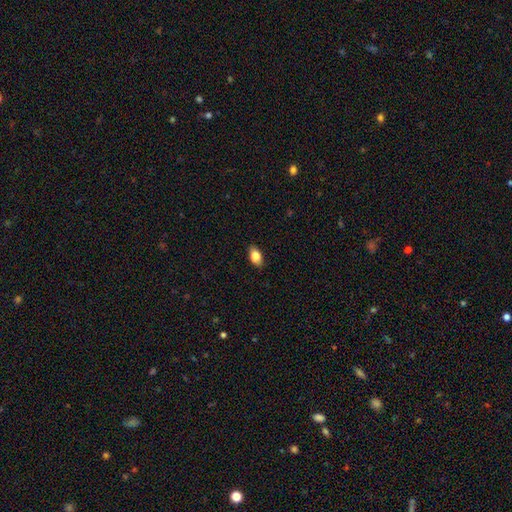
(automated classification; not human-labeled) smooth_or_featured: smooth (p=0.83) [alt: featured or disk p=0.09]
how_rounded: in between (p=0.90) [alt: round p=0.06]
merging: none (p=0.87) [alt: minor disturbance p=0.10]